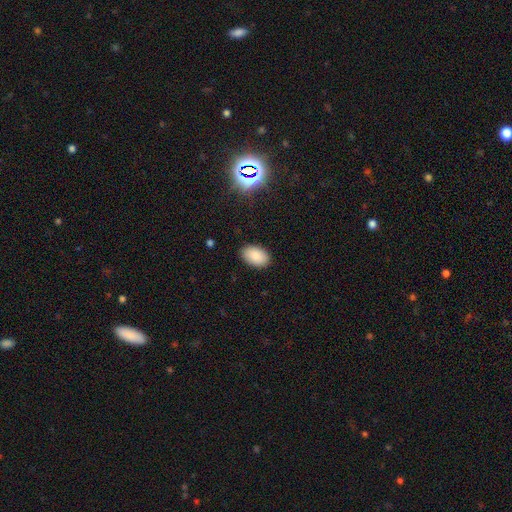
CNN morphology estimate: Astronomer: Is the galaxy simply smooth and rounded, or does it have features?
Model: smooth — 88%.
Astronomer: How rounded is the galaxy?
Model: in between — 91%.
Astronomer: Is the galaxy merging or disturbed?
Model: none — 87%.